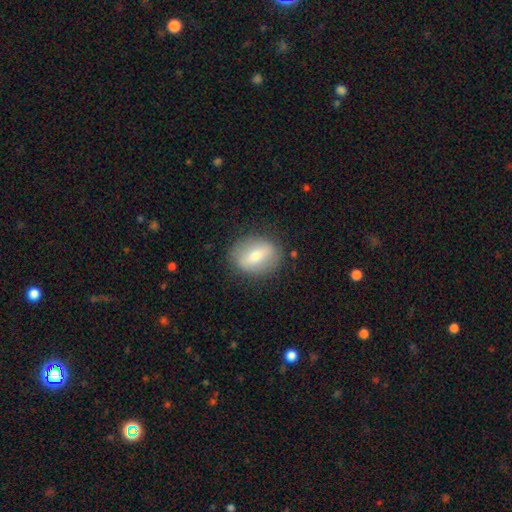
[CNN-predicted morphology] Smooth or featured? Predicted: smooth (p=0.63). How rounded? Predicted: in between (p=0.52). Merging? Predicted: none (p=0.81).